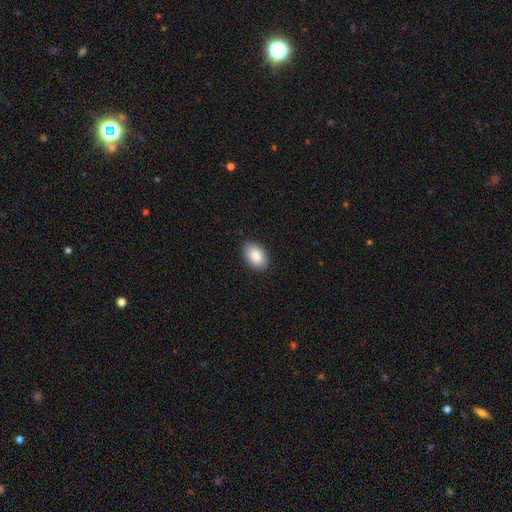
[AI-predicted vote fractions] Overall: smooth (88%). How rounded: in between (92%). Merging: none (87%).